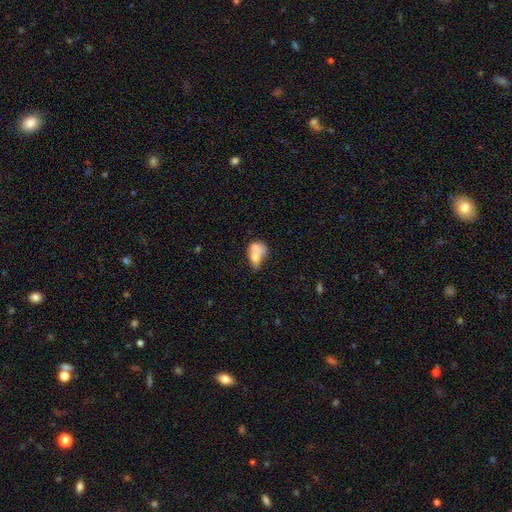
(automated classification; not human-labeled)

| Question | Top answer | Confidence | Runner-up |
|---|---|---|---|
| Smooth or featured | smooth | 62% | featured or disk (29%) |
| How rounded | in between | 61% | round (37%) |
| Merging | merger | 73% | none (14%) |